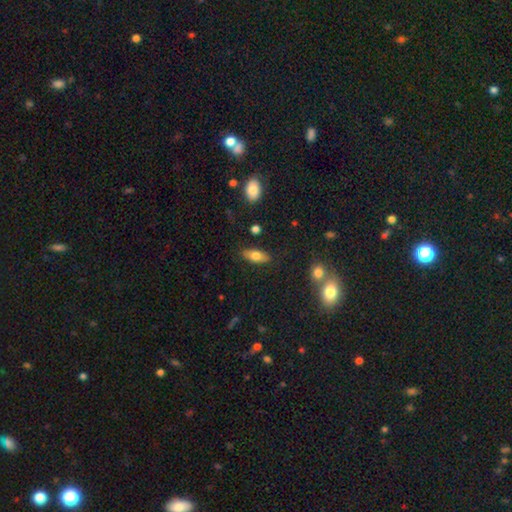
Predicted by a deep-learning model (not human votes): Overall: smooth (73%). How rounded: in between (80%). Merging: none (86%).